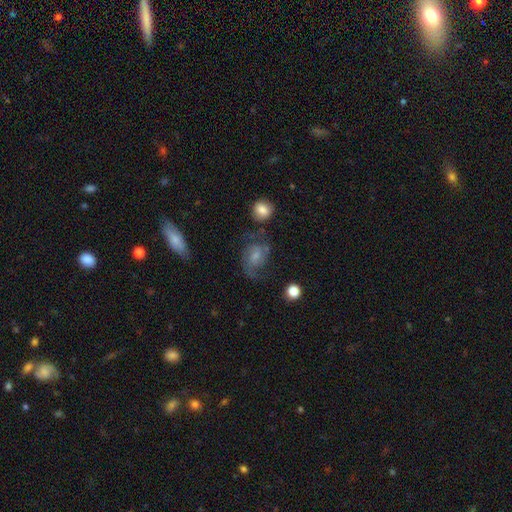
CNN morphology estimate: Smooth or featured? Predicted: featured or disk (p=0.63). Edge-on disk? Predicted: no (p=0.97). Bar? Predicted: weak (p=0.46). Spiral arms? Predicted: yes (p=0.91). Spiral winding? Predicted: medium (p=0.50). Spiral arm count? Predicted: 2 (p=0.82). Bulge size? Predicted: small (p=0.42). Merging? Predicted: none (p=0.55).